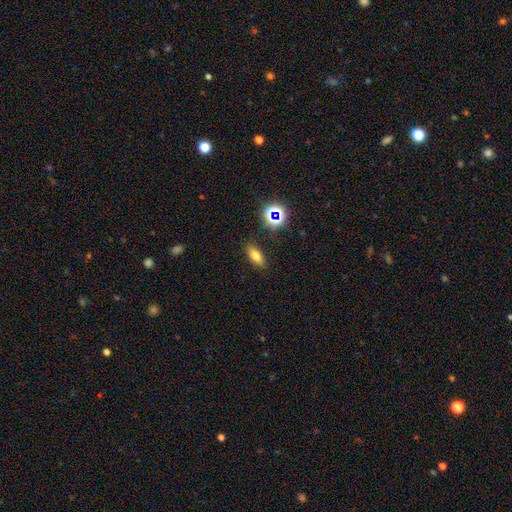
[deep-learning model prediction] This appears to be a smooth galaxy with no disk features (70%) that is in between round and cigar-shaped (75%). Merging: none (86%).